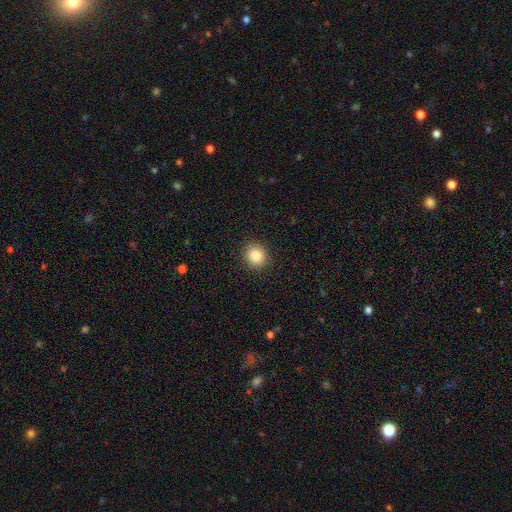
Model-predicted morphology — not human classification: Overall: smooth (85%). How rounded: round (82%). Merging: none (91%).